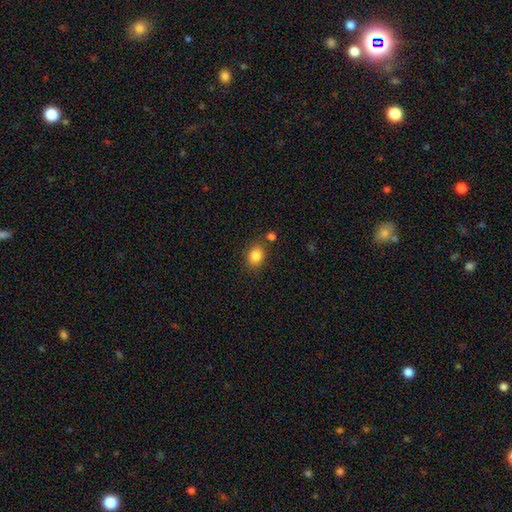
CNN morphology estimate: type=smooth (84%); roundness=round (50%); merging=none (77%).